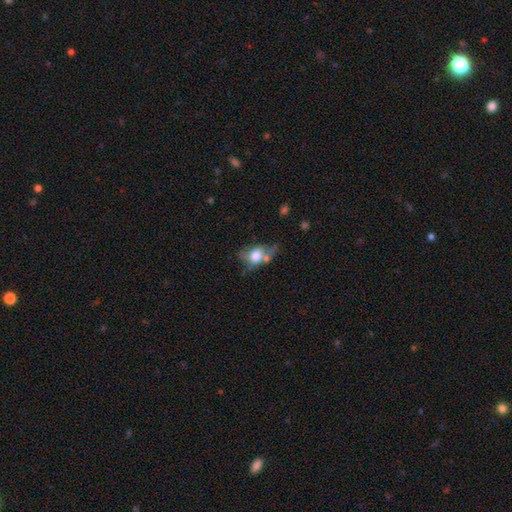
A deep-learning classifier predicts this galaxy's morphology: Overall: smooth (59%; featured or disk 31%). How rounded: in between (67%; round 29%). Merging: none (35%; minor disturbance 25%).